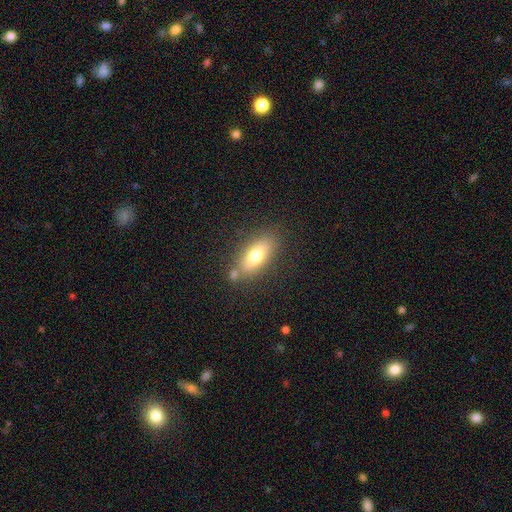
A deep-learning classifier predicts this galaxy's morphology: Overall: smooth (71%). How rounded: in between (77%). Merging: none (73%).